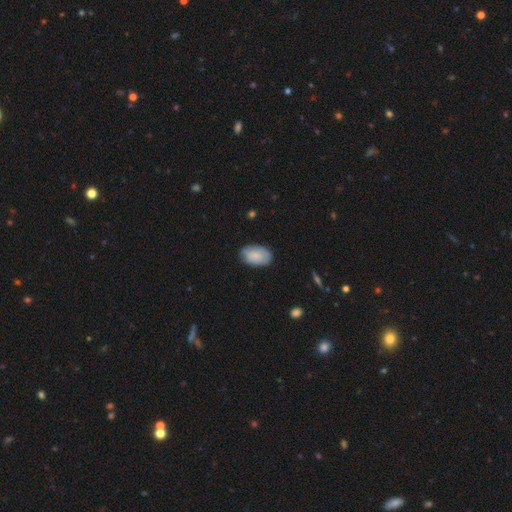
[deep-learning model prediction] smooth_or_featured: smooth (p=0.83) [alt: featured or disk p=0.11]
how_rounded: in between (p=0.92) [alt: round p=0.07]
merging: none (p=0.78) [alt: minor disturbance p=0.17]